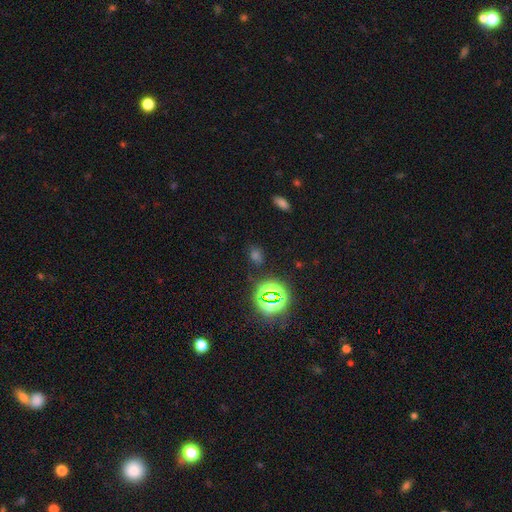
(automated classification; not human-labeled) Smooth or featured: star or artifact — 56% (smooth — 36%)